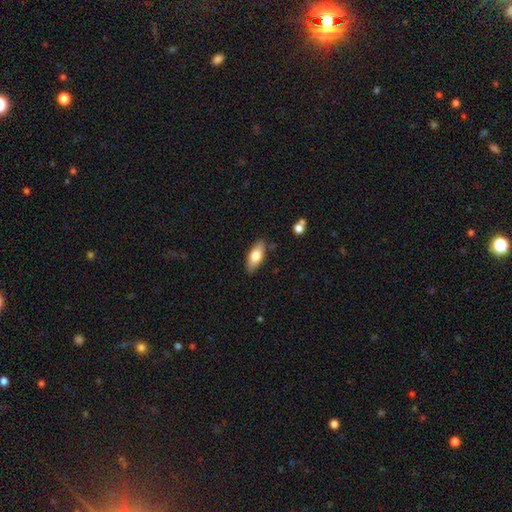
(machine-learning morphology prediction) type=smooth (71%); roundness=in between (77%); merging=none (83%).